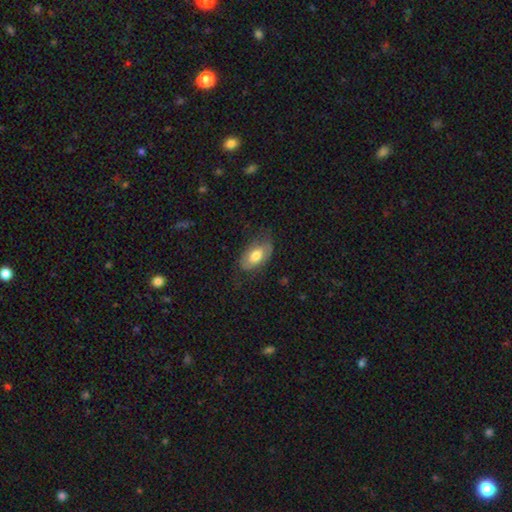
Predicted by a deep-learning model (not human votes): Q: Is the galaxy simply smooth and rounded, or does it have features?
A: smooth — 67%.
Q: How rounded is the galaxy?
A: in between — 92%.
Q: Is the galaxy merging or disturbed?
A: none — 68%.